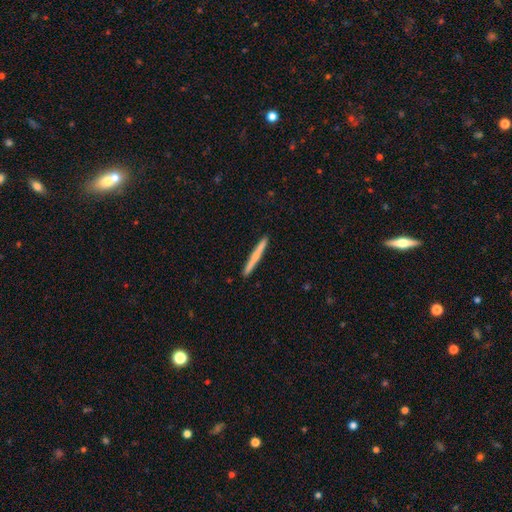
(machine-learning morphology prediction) Smooth or featured?
  - smooth: 53% *
  - featured or disk: 42%
  - star or artifact: 6%
How rounded?
  - cigar-shaped: 97% *
  - in between: 2%
  - round: 1%
Merging?
  - none: 92% *
  - minor disturbance: 6%
  - major disturbance: 1%
  - merger: 1%